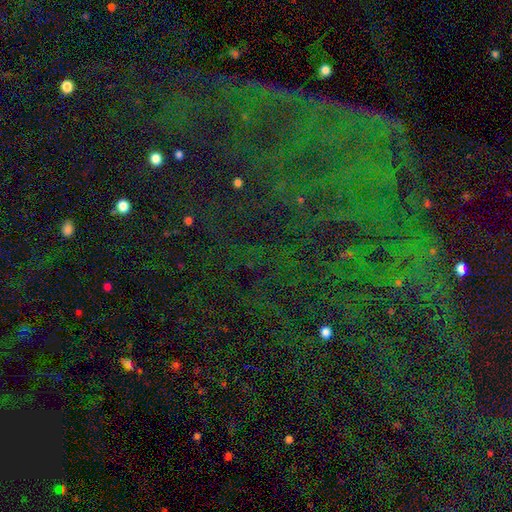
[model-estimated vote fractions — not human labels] Morphology: type=star or artifact (81%).